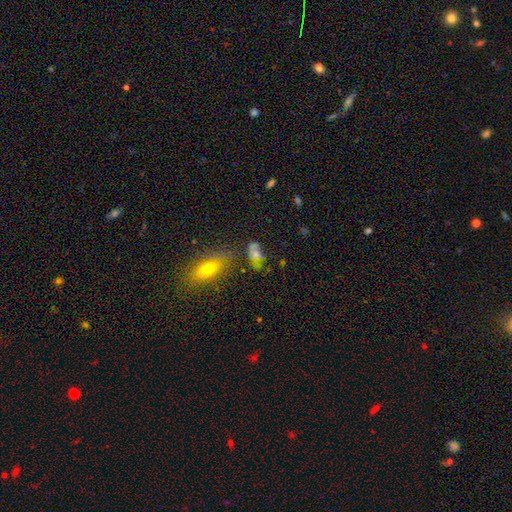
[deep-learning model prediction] This is possibly a smooth galaxy (49%). Merging: possibly none (47%).